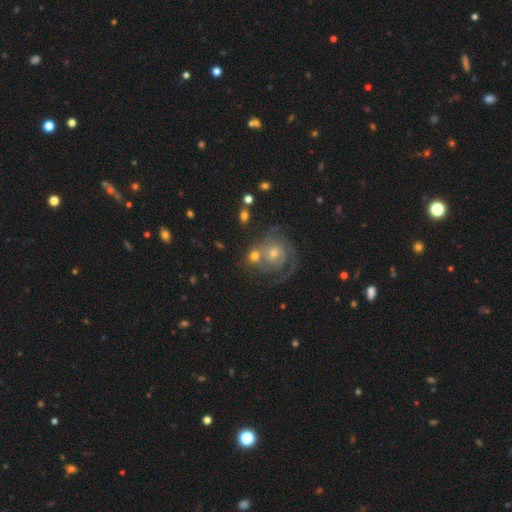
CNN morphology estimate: type=featured or disk (76%); edge-on=no (98%); bar=no (76%); spiral arms=yes (93%); winding=tight (61%); arm count=2 (42%); bulge=small (52%); merging=none (57%).